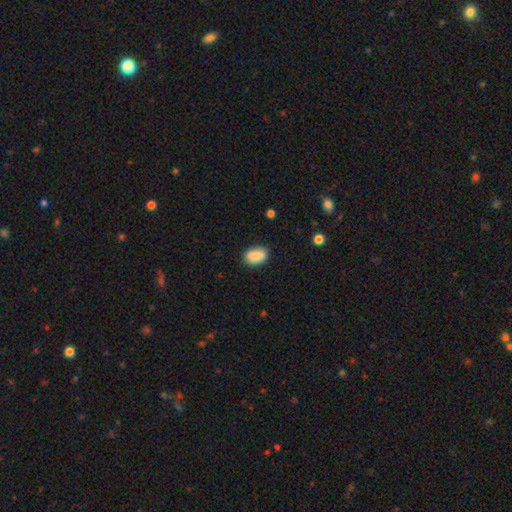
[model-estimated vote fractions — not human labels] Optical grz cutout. It shows a smooth galaxy with no disk features (82%) that is in between round and cigar-shaped (88%). Merging: none (83%).